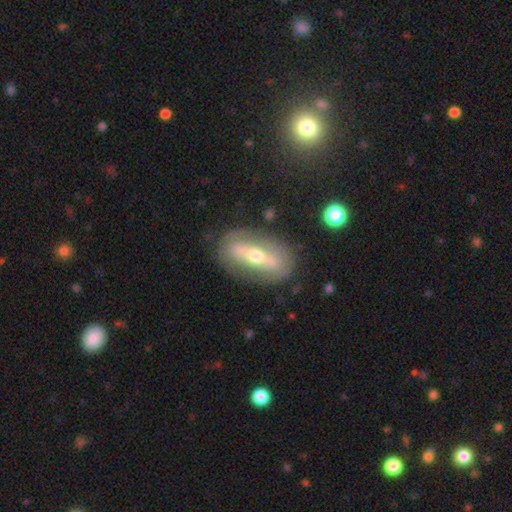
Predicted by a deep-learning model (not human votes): This is likely a featured or disk galaxy (68%). It is likely not viewed edge-on (77%). Bar: possibly strong (59%). Spiral arm pattern: likely no (66%). Central bulge: possibly moderate (59%). Merging: likely none (78%).